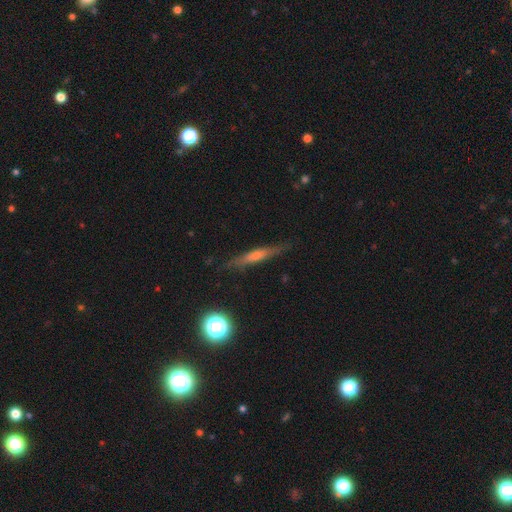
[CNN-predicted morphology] type=smooth (48%); merging=none (80%).